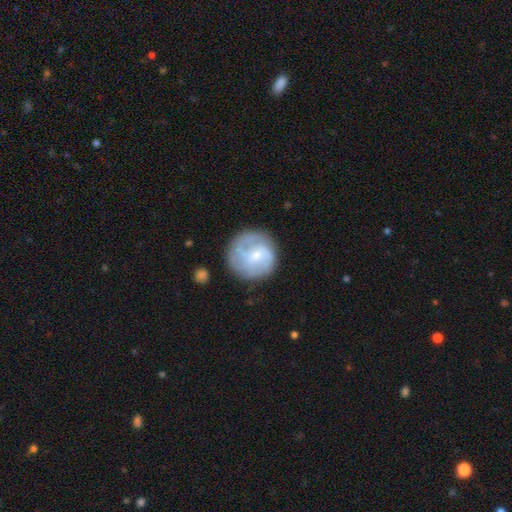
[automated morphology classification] type=featured or disk (63%); edge-on=no (98%); bar=weak (47%); spiral arms=yes (85%); winding=medium (40%); arm count=2 (38%); bulge=small (62%); merging=none (75%).